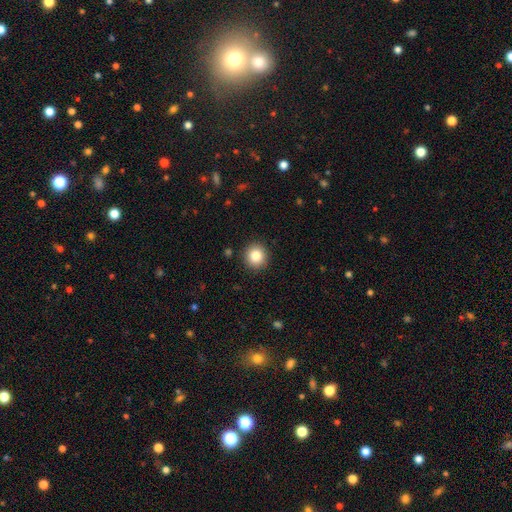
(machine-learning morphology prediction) Smooth or featured: smooth — 84% (star or artifact — 10%)
How rounded: round — 93% (in between — 6%)
Merging: none — 91% (minor disturbance — 6%)